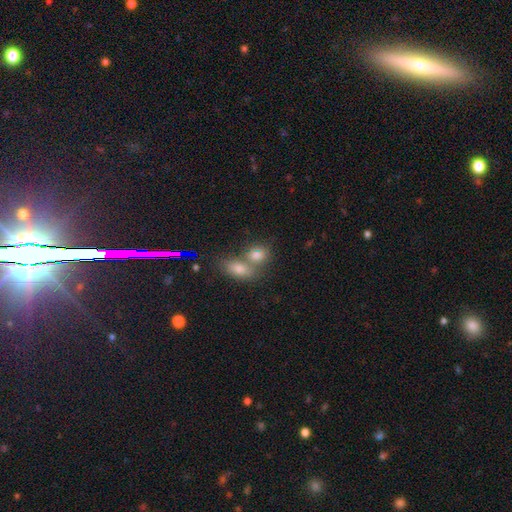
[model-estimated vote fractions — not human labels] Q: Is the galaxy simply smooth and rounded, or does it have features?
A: smooth — 67%.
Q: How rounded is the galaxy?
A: in between — 63%.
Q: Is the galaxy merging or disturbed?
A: merger — 51%.